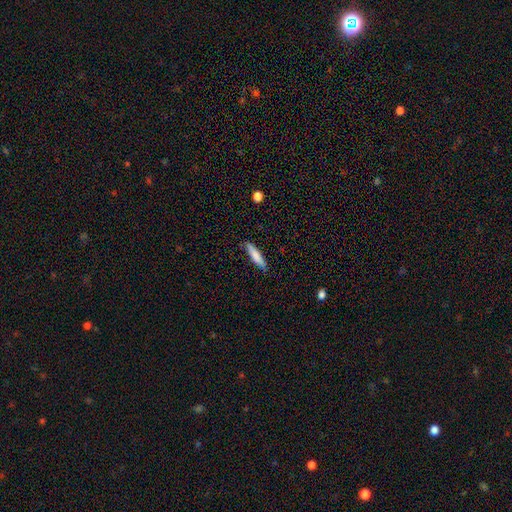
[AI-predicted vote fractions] A smooth galaxy with no disk features (76%) that is cigar-shaped (82%).

Vote fractions:
- Smooth or featured? smooth: 76% / featured or disk: 18% / star or artifact: 6%
- How rounded? cigar-shaped: 82% / in between: 17% / round: 1%
- Merging? none: 85% / minor disturbance: 12% / major disturbance: 2% / merger: 1%